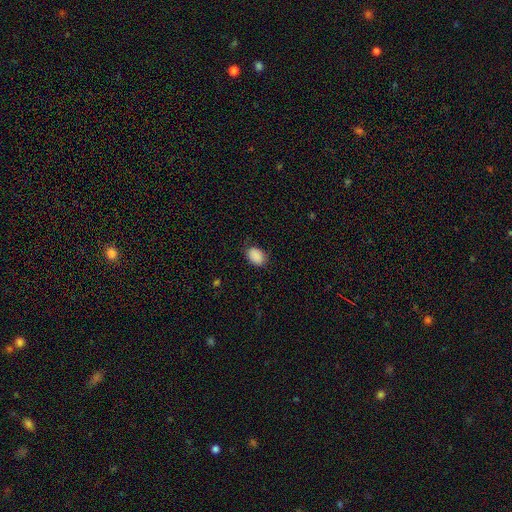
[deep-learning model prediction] A smooth galaxy with no disk features (89%) that is in between round and cigar-shaped (80%).

Vote fractions:
- Smooth or featured? smooth: 89% / star or artifact: 8% / featured or disk: 3%
- How rounded? in between: 80% / round: 19% / cigar-shaped: 1%
- Merging? none: 78% / minor disturbance: 17% / major disturbance: 4% / merger: 1%